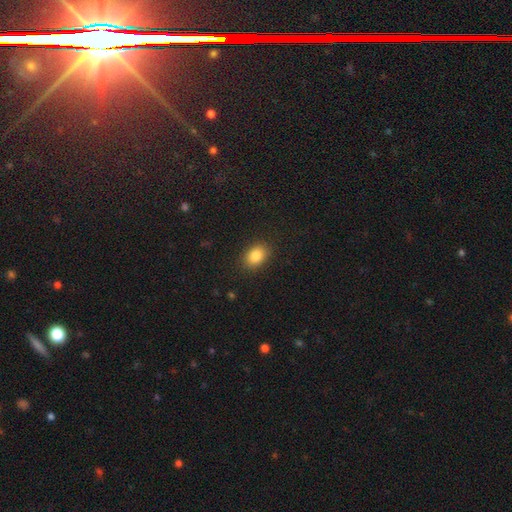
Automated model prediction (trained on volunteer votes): Morphology: type=smooth (84%); roundness=in between (76%); merging=none (88%).